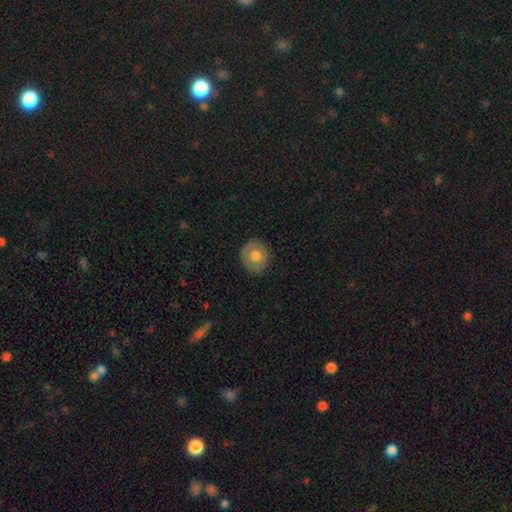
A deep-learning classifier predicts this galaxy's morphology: The model was most divided on "smooth or featured": smooth: 70%, featured or disk: 22%, star or artifact: 8%. More confident: how rounded — round (87%); merging — none (86%).